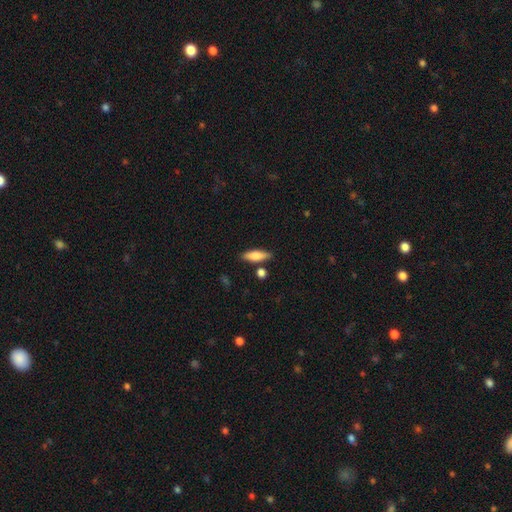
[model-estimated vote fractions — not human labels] Morphology: type=smooth (75%); roundness=cigar-shaped (49%); merging=none (80%).